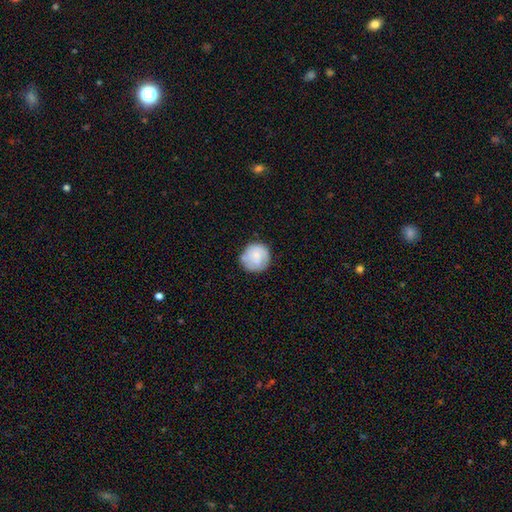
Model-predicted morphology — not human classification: smooth-or-featured: smooth: 58% | featured or disk: 35% | star or artifact: 7%
  how-rounded: round: 92% | in between: 7% | cigar-shaped: 1%
  merging: none: 76% | minor disturbance: 18% | major disturbance: 5% | merger: 2%